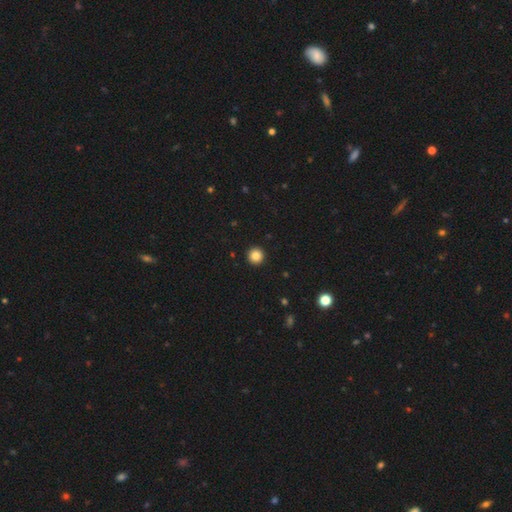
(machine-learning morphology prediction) A smooth galaxy with no disk features (85%) that is round (96%). Merging: none (94%).